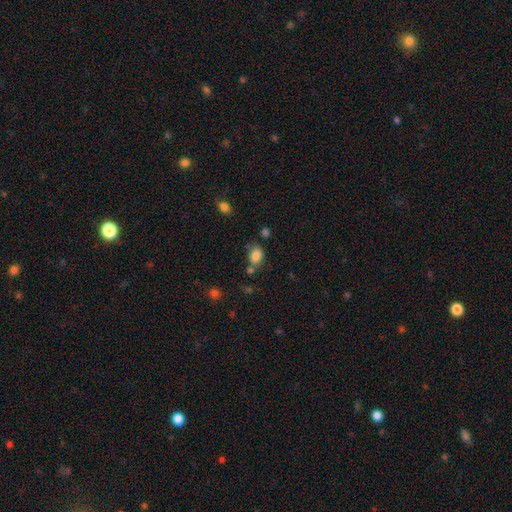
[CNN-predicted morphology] smooth 84%, star or artifact 10%, featured or disk 6%. Down the decision tree: how rounded — in between (79%); merging — none (60%).